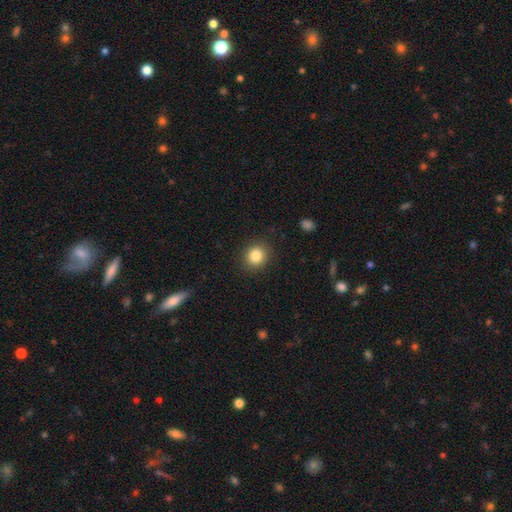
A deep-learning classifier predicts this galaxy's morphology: Smooth or featured? smooth (84%)
How rounded? round (82%)
Merging? none (89%)